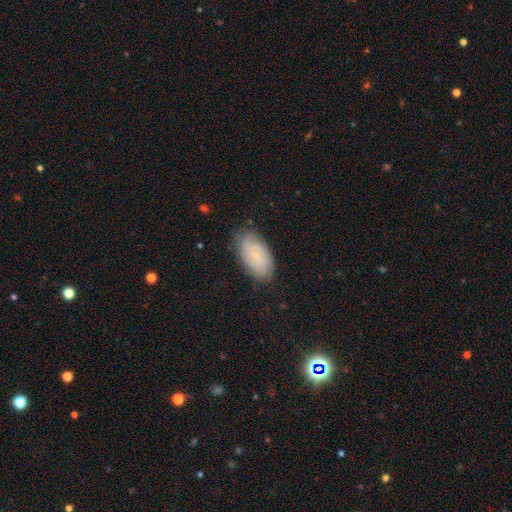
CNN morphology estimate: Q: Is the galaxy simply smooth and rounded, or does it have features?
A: featured or disk — 48%.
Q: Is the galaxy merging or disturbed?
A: none — 77%.